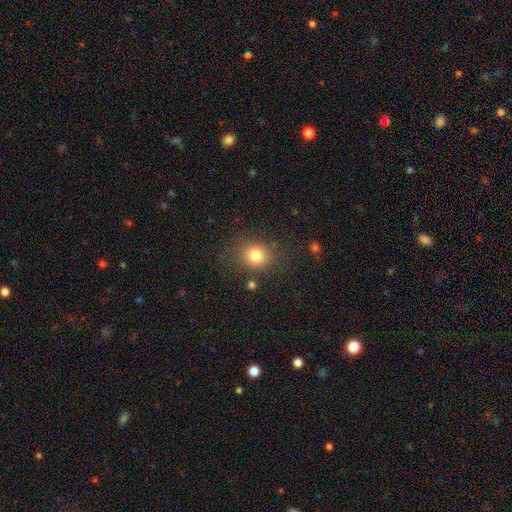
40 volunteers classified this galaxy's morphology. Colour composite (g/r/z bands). It shows a smooth galaxy with no disk features (80%) that is round (84%). Merging: none (86%).